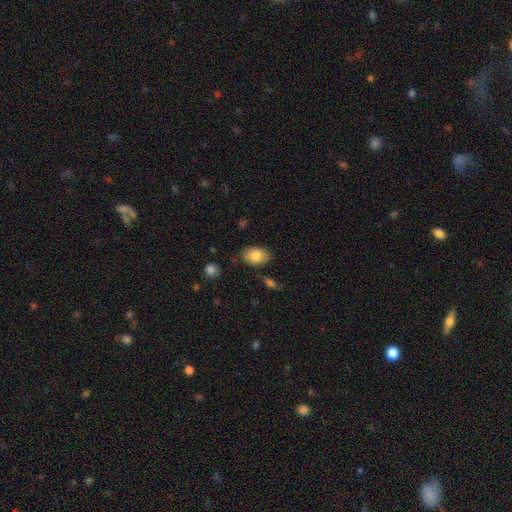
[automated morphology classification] smooth 82%, featured or disk 11%, star or artifact 7%. Down the decision tree: how rounded — in between (86%); merging — none (82%).